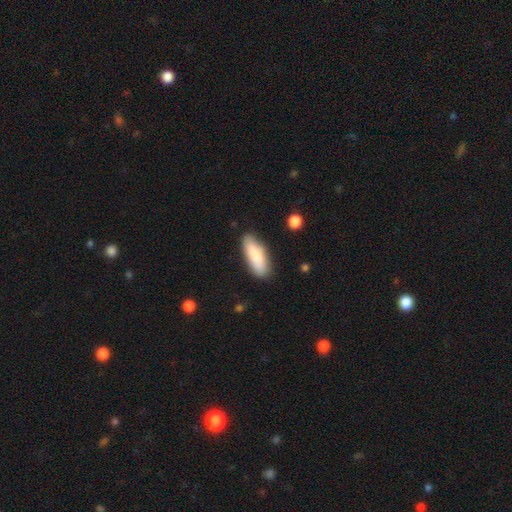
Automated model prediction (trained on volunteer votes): A smooth galaxy with no disk features (83%) that is in between round and cigar-shaped (63%). Merging: none (81%).